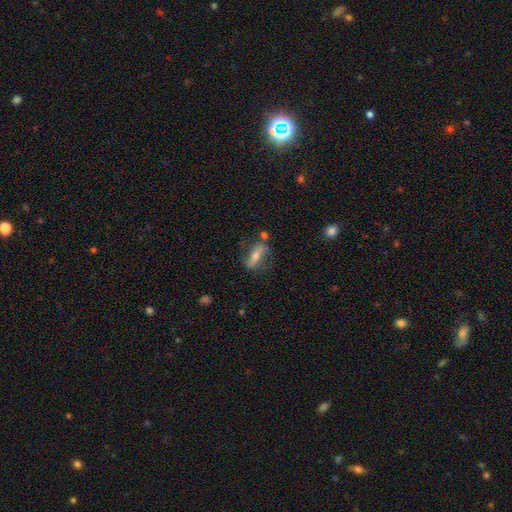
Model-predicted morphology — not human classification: The model was most divided on "edge-on disk": no: 56%, yes: 44%. More confident: merging — none (68%); smooth or featured — featured or disk (54%).